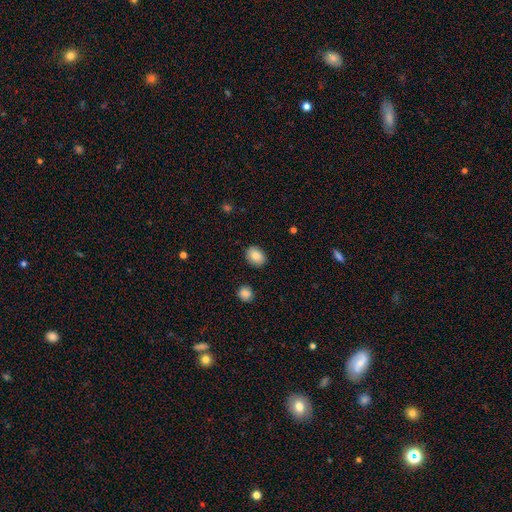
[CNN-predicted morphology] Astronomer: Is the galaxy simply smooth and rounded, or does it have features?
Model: smooth — 86%.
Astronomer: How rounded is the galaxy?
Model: in between — 64%.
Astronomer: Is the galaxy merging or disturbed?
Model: none — 87%.